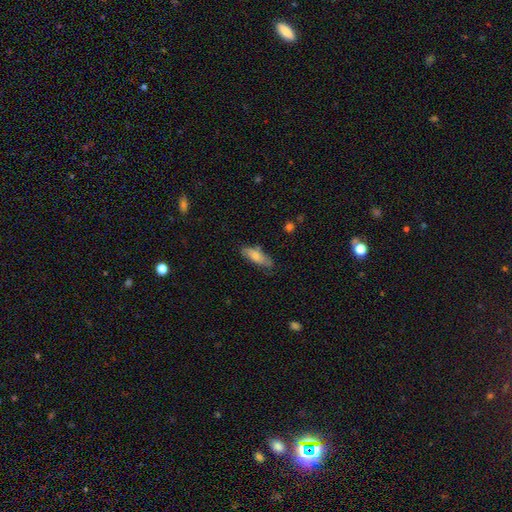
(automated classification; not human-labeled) Smooth or featured?
  - smooth: 70% *
  - featured or disk: 23%
  - star or artifact: 6%
How rounded?
  - in between: 67% *
  - cigar-shaped: 31%
  - round: 2%
Merging?
  - none: 70% *
  - minor disturbance: 24%
  - major disturbance: 5%
  - merger: 2%